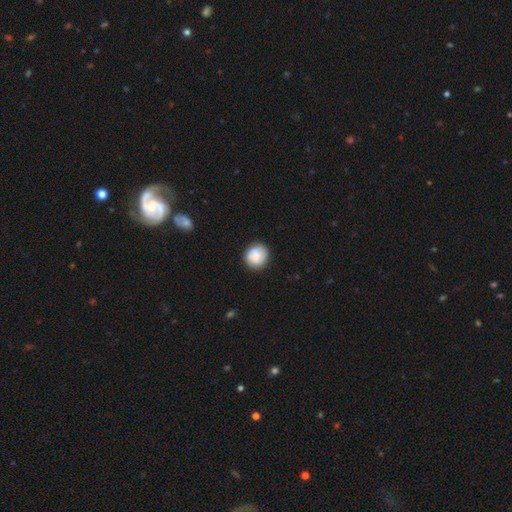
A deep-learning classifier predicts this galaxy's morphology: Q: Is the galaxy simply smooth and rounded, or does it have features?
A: smooth — 79%.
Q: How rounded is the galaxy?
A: round — 87%.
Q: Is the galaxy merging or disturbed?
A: none — 81%.